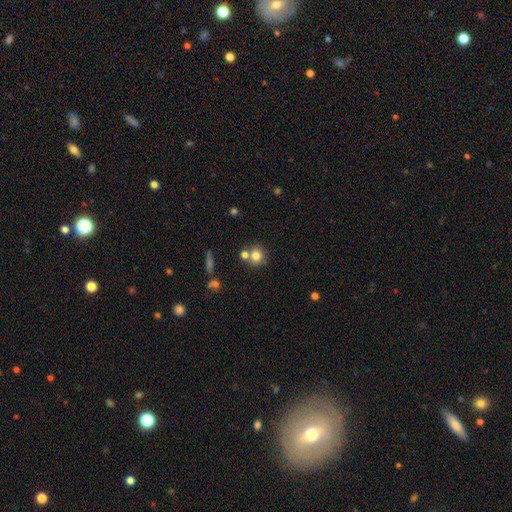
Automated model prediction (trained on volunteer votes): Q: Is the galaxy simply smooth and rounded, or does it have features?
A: smooth — 77%.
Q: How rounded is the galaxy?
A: round — 86%.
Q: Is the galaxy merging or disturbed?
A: none — 62%.